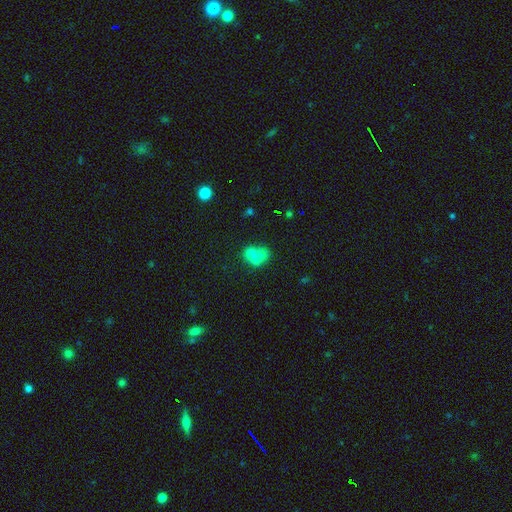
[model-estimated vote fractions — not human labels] Morphology: type=smooth (67%); roundness=in between (55%); merging=merger (43%).